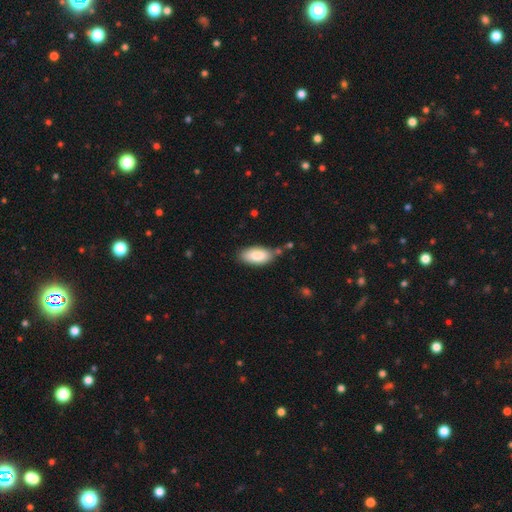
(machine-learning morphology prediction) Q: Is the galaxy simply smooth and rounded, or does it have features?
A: smooth — 86%.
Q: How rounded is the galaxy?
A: in between — 91%.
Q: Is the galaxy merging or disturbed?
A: none — 71%.